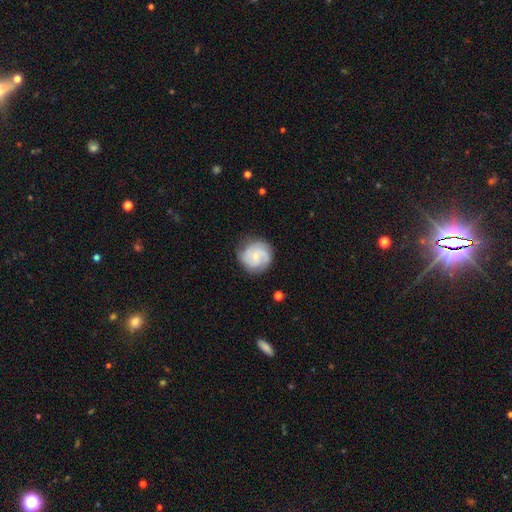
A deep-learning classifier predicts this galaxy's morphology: Q: Smooth or featured?
A: featured or disk (68%); runner-up: smooth (26%)
Q: Edge-on disk?
A: no (98%); runner-up: yes (2%)
Q: Bar?
A: no (67%); runner-up: weak (29%)
Q: Spiral arms?
A: yes (92%); runner-up: no (8%)
Q: Spiral winding?
A: tight (49%); runner-up: medium (39%)
Q: Spiral arm count?
A: 2 (40%); runner-up: 3 (26%)
Q: Bulge size?
A: small (68%); runner-up: moderate (27%)
Q: Merging?
A: none (77%); runner-up: minor disturbance (17%)